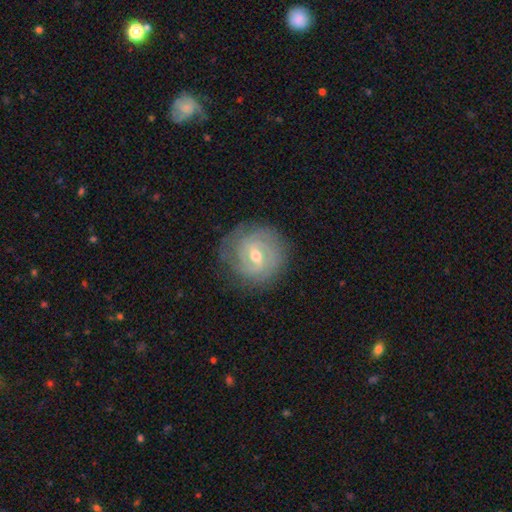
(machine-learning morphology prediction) This is clearly a featured or disk galaxy (81%). It is clearly not viewed edge-on (97%). Bar: possibly weak (57%). Spiral arm pattern: clearly yes (92%). Spiral arm count: marginally 2 (43%). Spiral winding: likely tight (70%). Central bulge: likely moderate (64%). Merging: clearly none (82%).